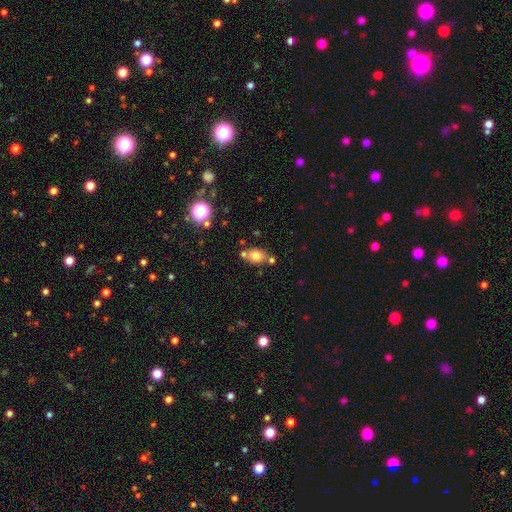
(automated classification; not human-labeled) Q: Smooth or featured?
A: smooth (76%); runner-up: star or artifact (12%)
Q: How rounded?
A: in between (61%); runner-up: round (38%)
Q: Merging?
A: none (65%); runner-up: merger (18%)